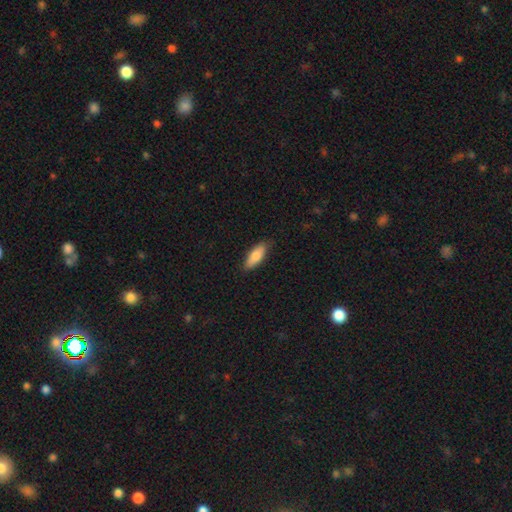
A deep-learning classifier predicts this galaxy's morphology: Overall: smooth (79%). How rounded: in between (70%). Merging: none (85%).